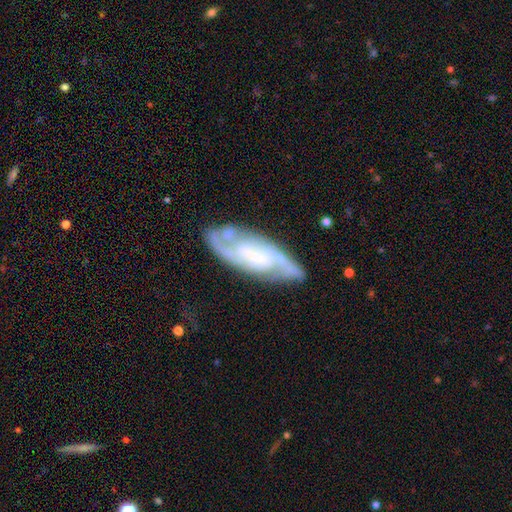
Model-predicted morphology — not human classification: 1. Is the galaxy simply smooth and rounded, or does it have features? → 83% featured or disk, 11% smooth, 6% star or artifact.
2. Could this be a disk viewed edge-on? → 90% no, 10% yes.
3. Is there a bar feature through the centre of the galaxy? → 41% weak, 40% no, 19% strong.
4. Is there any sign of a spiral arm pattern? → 95% yes, 5% no.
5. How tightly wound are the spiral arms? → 46% medium, 39% tight, 15% loose.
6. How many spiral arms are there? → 71% 2, 15% can't tell, 8% 3, 2% 1, 2% 4, 2% more than 4.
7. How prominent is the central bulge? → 55% small, 20% moderate, 19% none, 5% large, 1% dominant.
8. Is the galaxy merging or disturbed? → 74% none, 17% minor disturbance, 6% major disturbance, 3% merger.